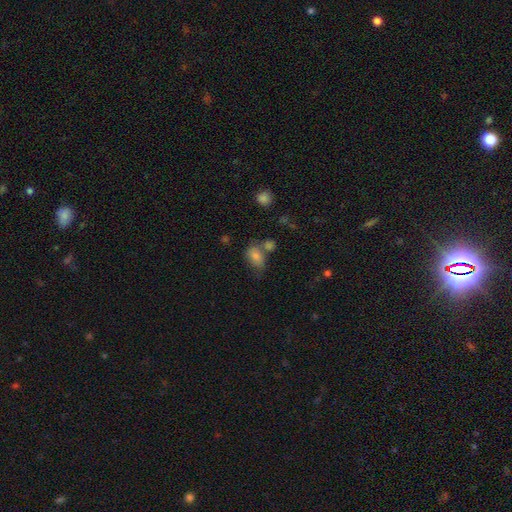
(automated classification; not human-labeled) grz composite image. It shows a smooth galaxy with no disk features (75%) that is in between round and cigar-shaped (81%). Merging: none (45%).